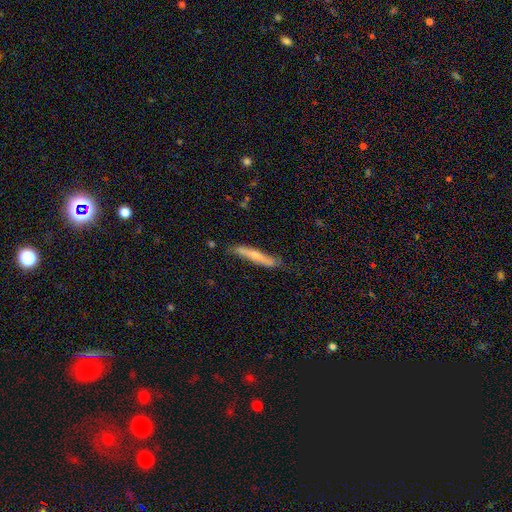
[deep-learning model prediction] smooth-or-featured: smooth: 55% | featured or disk: 40% | star or artifact: 6%
  how-rounded: cigar-shaped: 93% | in between: 6% | round: 1%
  merging: none: 73% | minor disturbance: 21% | major disturbance: 4% | merger: 2%